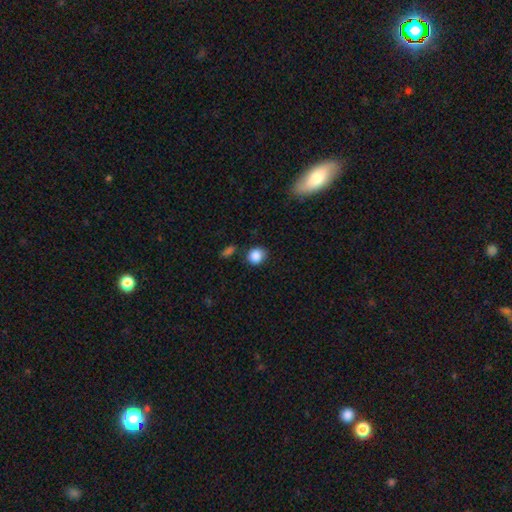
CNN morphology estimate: Smooth or featured?
  - smooth: 87% *
  - star or artifact: 9%
  - featured or disk: 4%
How rounded?
  - round: 79% *
  - in between: 20%
  - cigar-shaped: 1%
Merging?
  - none: 80% *
  - minor disturbance: 12%
  - merger: 5%
  - major disturbance: 3%